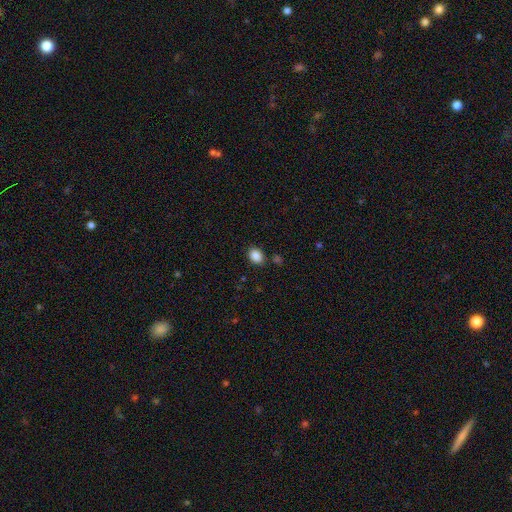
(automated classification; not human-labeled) A smooth galaxy with no disk features (87%) that is in between round and cigar-shaped (66%). Merging: none (85%).